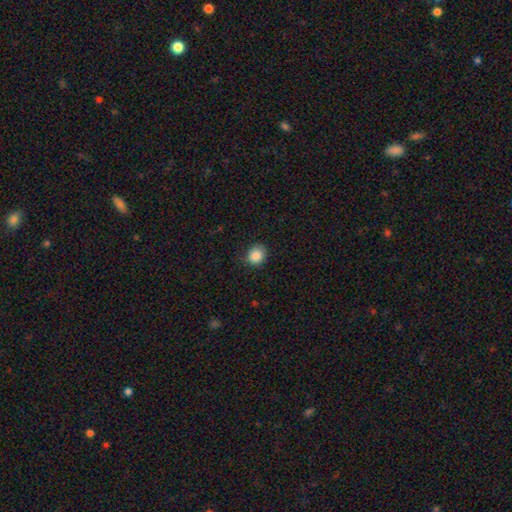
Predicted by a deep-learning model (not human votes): smooth 87%, star or artifact 10%, featured or disk 4%. Down the decision tree: how rounded — round (73%); merging — none (83%).